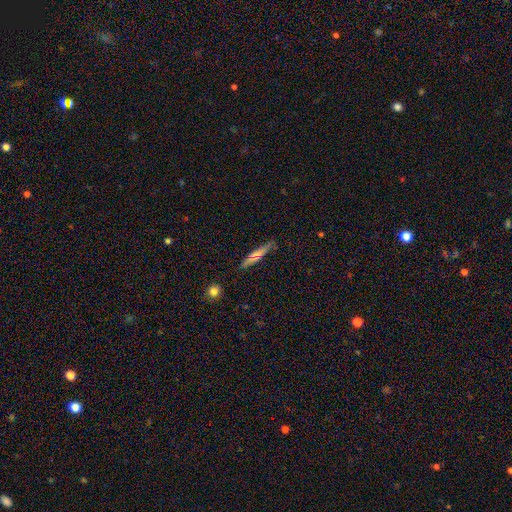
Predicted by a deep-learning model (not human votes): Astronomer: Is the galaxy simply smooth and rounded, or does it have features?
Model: smooth — 57% (runner-up: featured or disk, 35%).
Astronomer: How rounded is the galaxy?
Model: cigar-shaped — 91%.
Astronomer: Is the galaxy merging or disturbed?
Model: none — 83%.